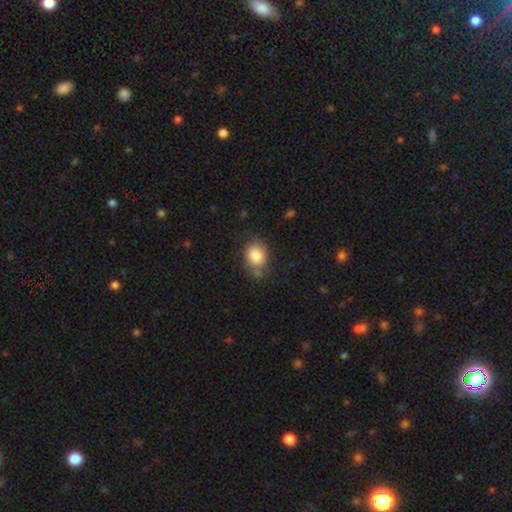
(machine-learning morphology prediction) Smooth or featured? Predicted: smooth (p=0.85). How rounded? Predicted: in between (p=0.57). Merging? Predicted: none (p=0.66).